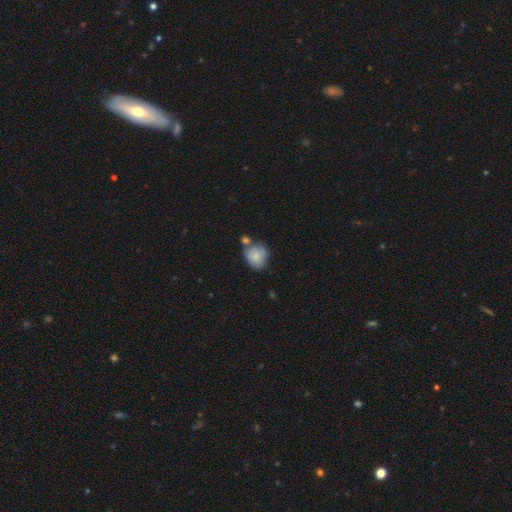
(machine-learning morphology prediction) Overall: smooth (73%). How rounded: round (69%; in between 30%). Merging: none (44%; merger 26%).